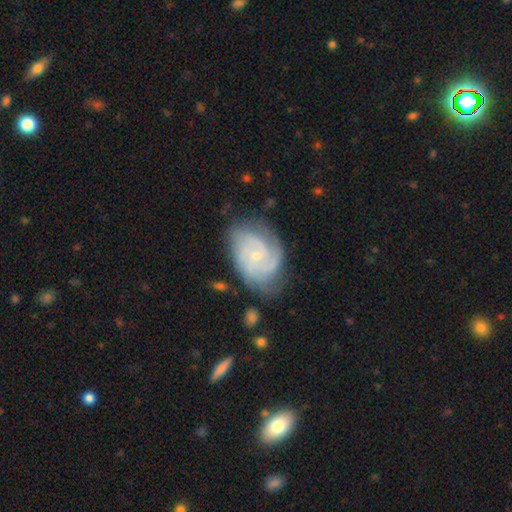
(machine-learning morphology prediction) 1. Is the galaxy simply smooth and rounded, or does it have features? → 81% featured or disk, 13% smooth, 6% star or artifact.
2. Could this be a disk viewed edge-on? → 97% no, 3% yes.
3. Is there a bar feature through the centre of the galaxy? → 71% no, 26% weak, 4% strong.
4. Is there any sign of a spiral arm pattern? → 95% yes, 5% no.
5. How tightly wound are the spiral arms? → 58% tight, 33% medium, 9% loose.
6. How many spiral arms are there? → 28% 3 (tied), 28% 2 (tied), 27% can't tell, 8% 4, 5% 1, 4% more than 4.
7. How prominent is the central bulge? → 76% small, 20% moderate, 3% none, 1% large, 1% dominant.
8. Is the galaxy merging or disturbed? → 65% none, 23% minor disturbance, 9% major disturbance, 2% merger.